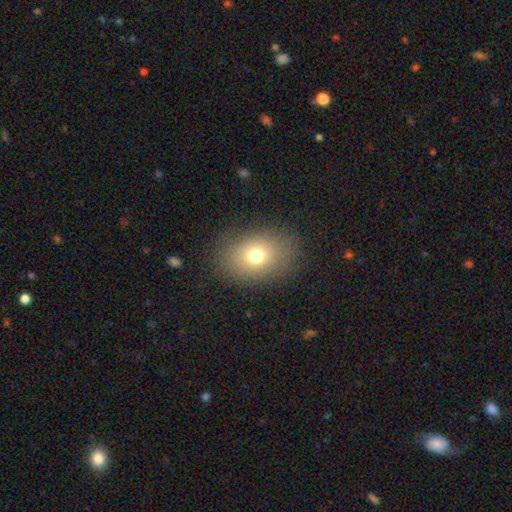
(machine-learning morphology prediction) Smooth or featured: smooth — 74% (featured or disk — 14%)
How rounded: in between — 71% (round — 28%)
Merging: none — 83% (minor disturbance — 11%)